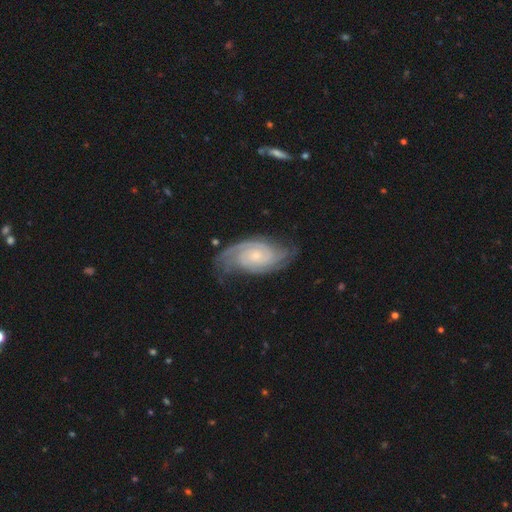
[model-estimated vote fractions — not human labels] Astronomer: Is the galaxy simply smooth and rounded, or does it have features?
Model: featured or disk — 89%.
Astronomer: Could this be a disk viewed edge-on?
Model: no — 97%.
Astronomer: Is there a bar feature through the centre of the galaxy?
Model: no — 70%.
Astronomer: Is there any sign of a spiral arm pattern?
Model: yes — 98%.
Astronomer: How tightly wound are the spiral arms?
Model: tight — 62%.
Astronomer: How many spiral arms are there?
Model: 2 — 55%.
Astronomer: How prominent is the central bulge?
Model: small — 70%.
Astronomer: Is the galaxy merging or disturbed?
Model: none — 71%.